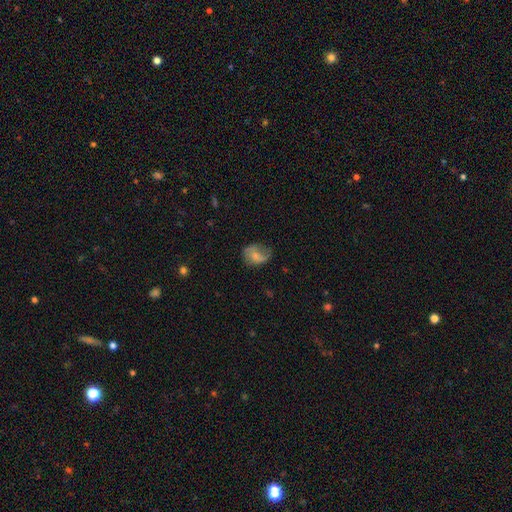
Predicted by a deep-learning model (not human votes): Q: Smooth or featured?
A: smooth (57%); runner-up: featured or disk (34%)
Q: How rounded?
A: in between (56%); runner-up: round (43%)
Q: Merging?
A: none (46%); runner-up: minor disturbance (32%)